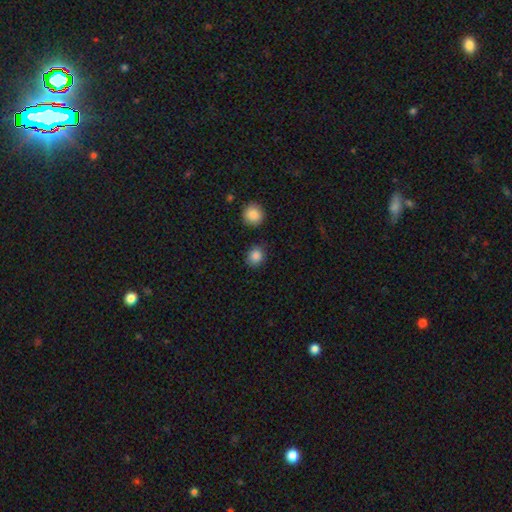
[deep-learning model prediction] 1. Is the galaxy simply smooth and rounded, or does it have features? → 86% smooth, 10% star or artifact, 4% featured or disk.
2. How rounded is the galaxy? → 73% round, 26% in between, 1% cigar-shaped.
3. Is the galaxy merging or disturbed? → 82% none, 11% minor disturbance, 4% merger, 3% major disturbance.